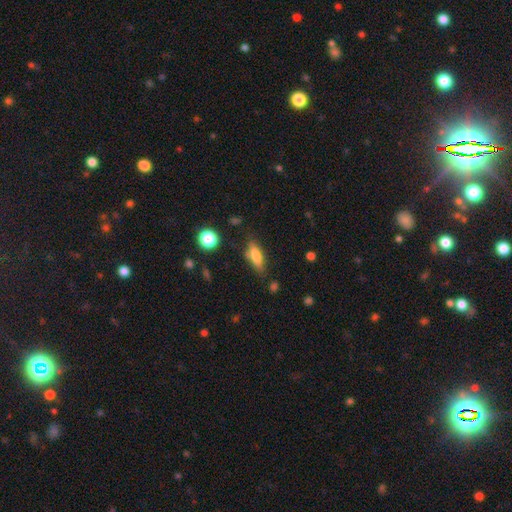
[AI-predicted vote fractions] Q: Smooth or featured?
A: smooth (70%); runner-up: featured or disk (21%)
Q: How rounded?
A: in between (55%); runner-up: cigar-shaped (42%)
Q: Merging?
A: none (73%); runner-up: minor disturbance (18%)